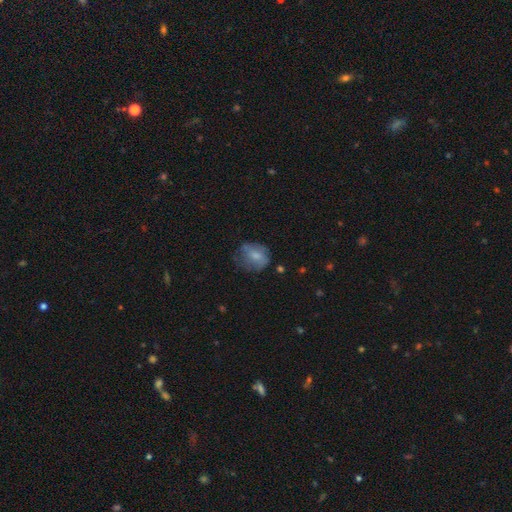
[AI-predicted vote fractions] Smooth or featured: smooth — 62% (featured or disk — 29%)
How rounded: round — 51% (in between — 48%)
Merging: none — 50% (minor disturbance — 30%)